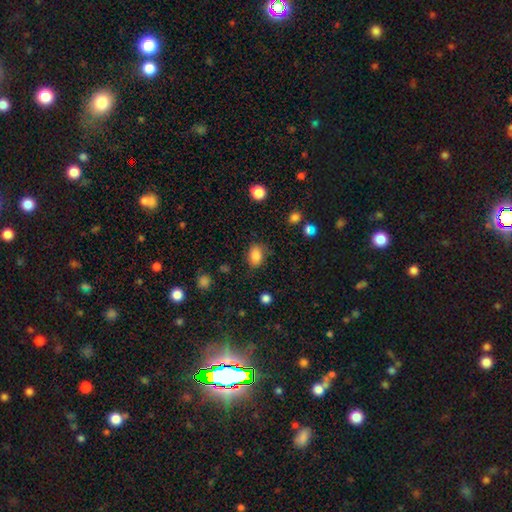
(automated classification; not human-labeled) A smooth galaxy with no disk features (84%) that is in between round and cigar-shaped (74%).

Vote fractions:
- Smooth or featured? smooth: 84% / star or artifact: 10% / featured or disk: 6%
- How rounded? in between: 74% / round: 25% / cigar-shaped: 1%
- Merging? none: 74% / minor disturbance: 19% / major disturbance: 5% / merger: 2%